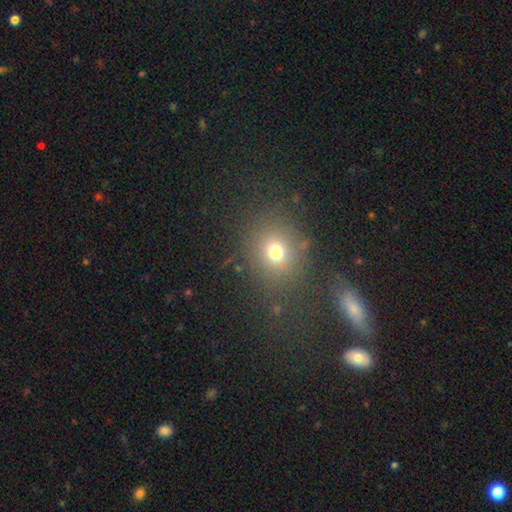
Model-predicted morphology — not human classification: smooth-or-featured: smooth: 61% | star or artifact: 28% | featured or disk: 11%
  how-rounded: round: 70% | in between: 28% | cigar-shaped: 2%
  merging: none: 72% | minor disturbance: 11% | merger: 10% | major disturbance: 6%